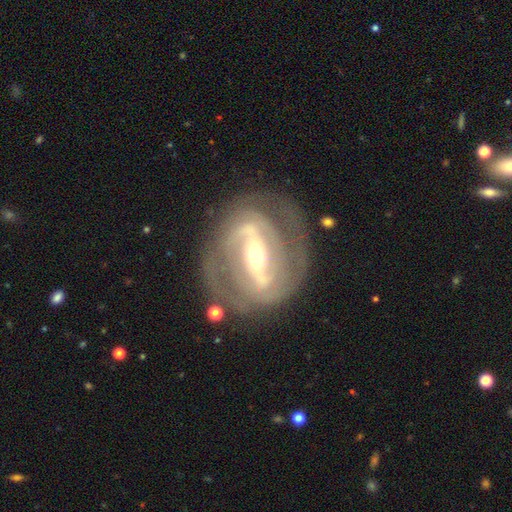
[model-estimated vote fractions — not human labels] The model was most divided on "bulge size": moderate: 49%, small: 45%, large: 4%, dominant: 1%, none: 1%. Remaining: edge-on disk — no (94%); spiral arms — yes (92%); smooth or featured — featured or disk (88%); merging — none (75%); bar — strong (69%); spiral arm count — 2 (69%); spiral winding — tight (49%).